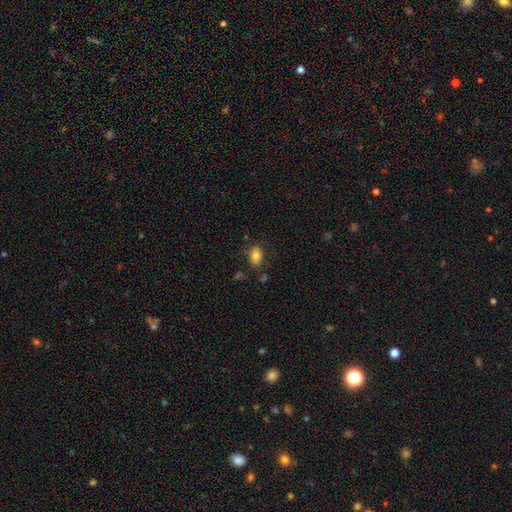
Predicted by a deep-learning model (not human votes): Smooth or featured? Predicted: smooth (p=0.80). How rounded? Predicted: in between (p=0.85). Merging? Predicted: none (p=0.73).